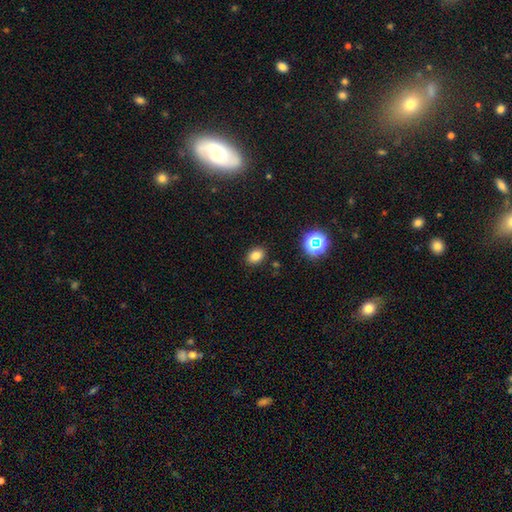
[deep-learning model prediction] smooth-or-featured: smooth: 79% | star or artifact: 14% | featured or disk: 7%
  how-rounded: in between: 68% | round: 31% | cigar-shaped: 1%
  merging: none: 88% | minor disturbance: 8% | major disturbance: 2% | merger: 2%